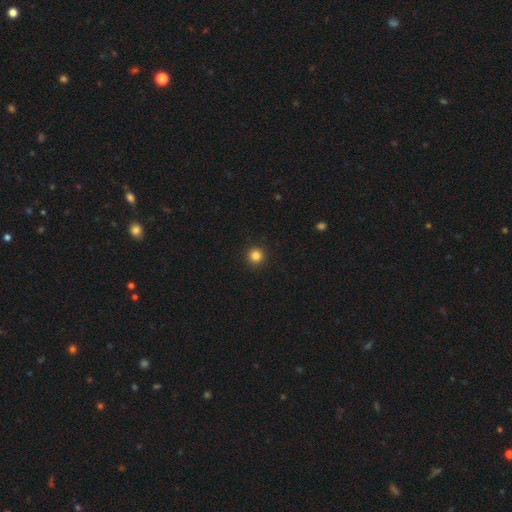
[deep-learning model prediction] A smooth galaxy with no disk features (84%) that is round (95%).

Vote fractions:
- Smooth or featured? smooth: 84% / star or artifact: 12% / featured or disk: 4%
- How rounded? round: 95% / in between: 4% / cigar-shaped: 1%
- Merging? none: 93% / minor disturbance: 4% / major disturbance: 2% / merger: 1%